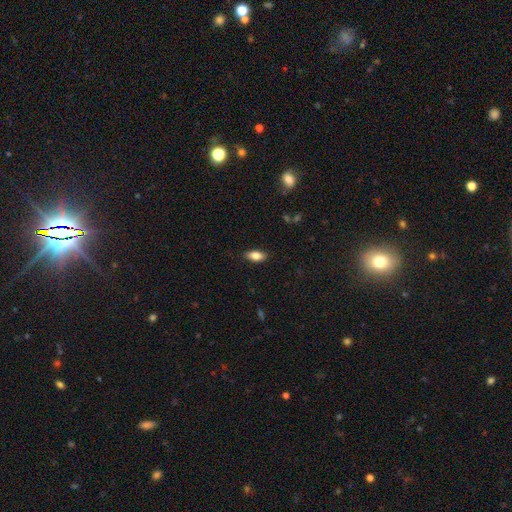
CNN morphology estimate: Smooth or featured? smooth (80%)
How rounded? in between (87%)
Merging? none (86%)